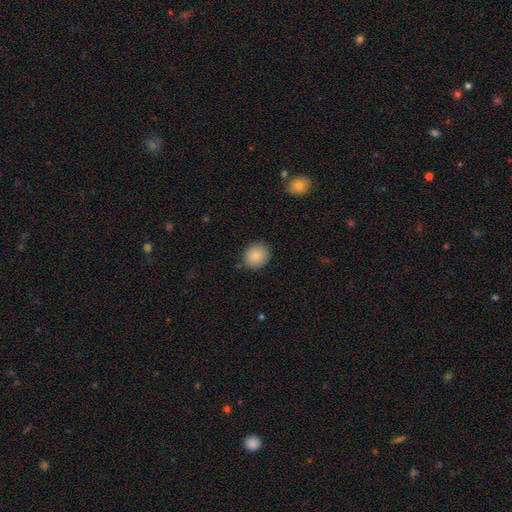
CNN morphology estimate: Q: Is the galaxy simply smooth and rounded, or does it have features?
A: smooth — 82%.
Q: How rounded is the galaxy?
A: round — 83%.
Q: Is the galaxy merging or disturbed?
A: none — 86%.